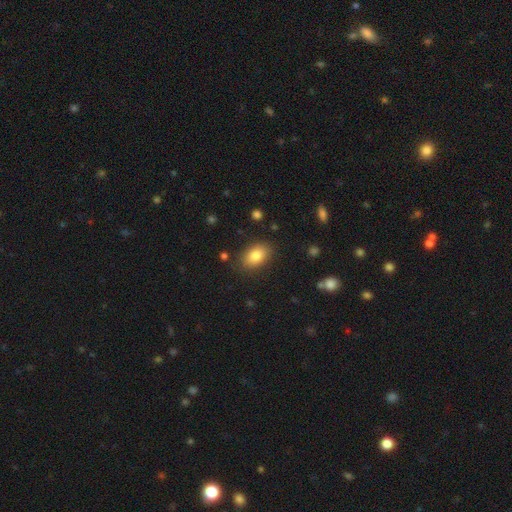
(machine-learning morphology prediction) Overall: smooth (83%). How rounded: in between (88%). Merging: none (84%).